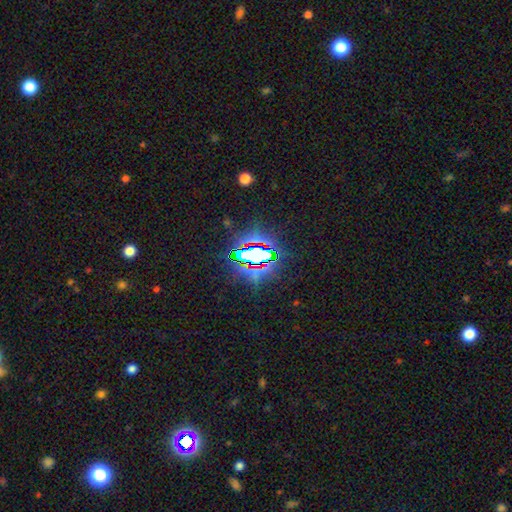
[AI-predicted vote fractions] This appears to be a star or artifact, not a galaxy (72%).